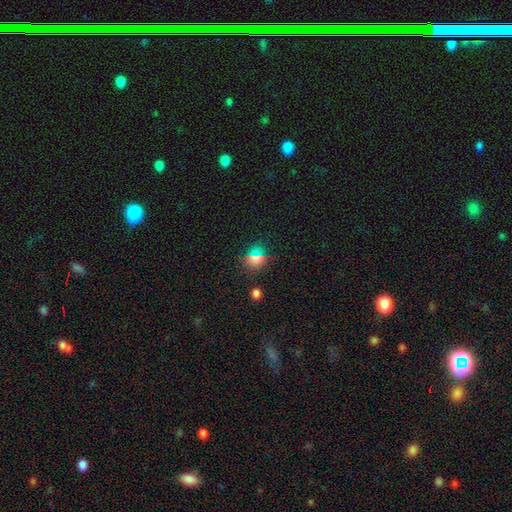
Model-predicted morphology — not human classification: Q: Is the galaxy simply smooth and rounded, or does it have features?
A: smooth — 70%.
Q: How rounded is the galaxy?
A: round — 75%.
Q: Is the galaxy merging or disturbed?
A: none — 84%.